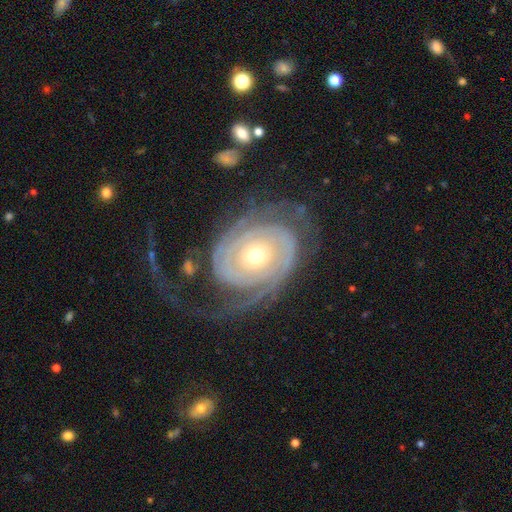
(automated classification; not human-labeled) featured or disk 91%, smooth 5%, star or artifact 4%. Down the decision tree: edge-on disk — no (97%); bar — no (76%); spiral arms — yes (97%); spiral arm count — 2 (59%); spiral winding — tight (69%); bulge size — small (52%); merging — none (55%).